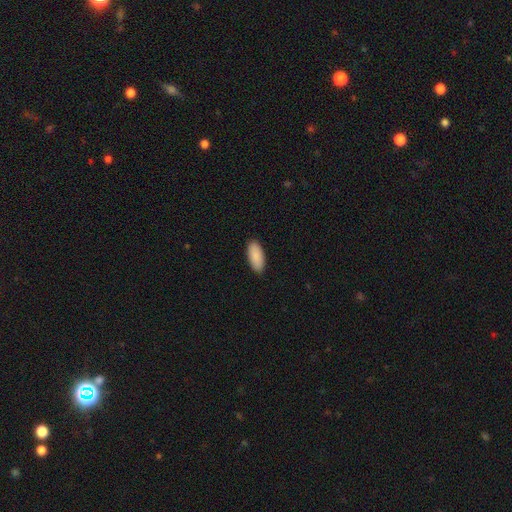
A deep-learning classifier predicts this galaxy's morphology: Smooth or featured: smooth — 90% (star or artifact — 6%)
How rounded: in between — 90% (cigar-shaped — 9%)
Merging: none — 90% (minor disturbance — 7%)